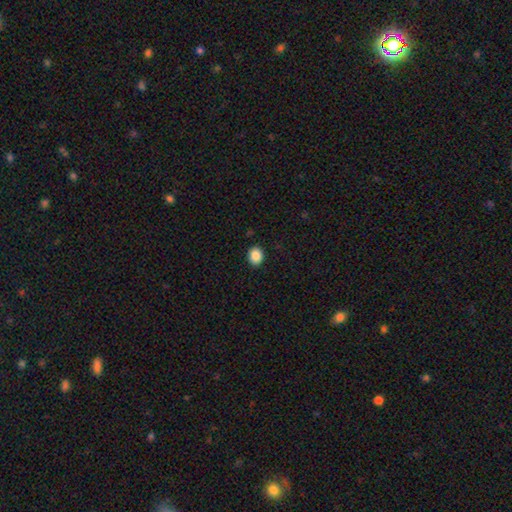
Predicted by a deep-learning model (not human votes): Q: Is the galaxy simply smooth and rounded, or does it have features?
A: smooth — 88%.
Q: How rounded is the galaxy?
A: round — 55%.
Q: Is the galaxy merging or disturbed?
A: none — 90%.